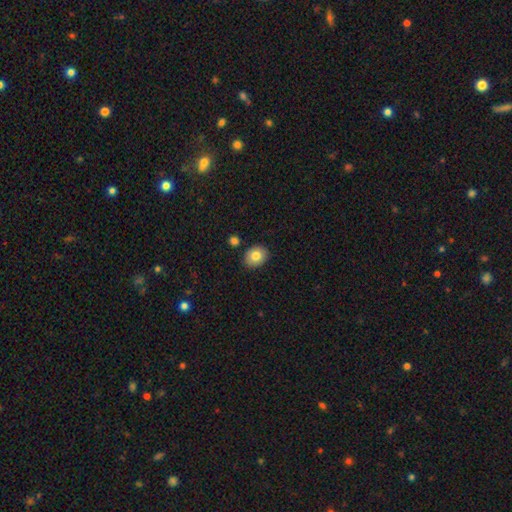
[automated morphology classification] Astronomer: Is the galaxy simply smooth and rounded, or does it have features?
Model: smooth — 81%.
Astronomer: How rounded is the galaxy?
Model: round — 52% (runner-up: in between, 47%).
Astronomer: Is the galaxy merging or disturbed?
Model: none — 85%.